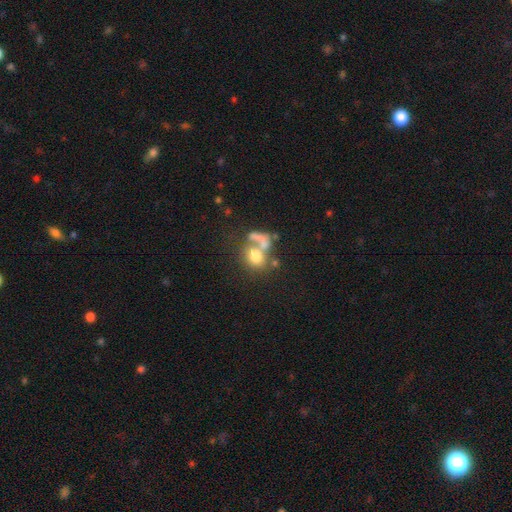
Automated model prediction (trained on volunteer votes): smooth-or-featured: smooth: 63% | featured or disk: 25% | star or artifact: 11%
  how-rounded: round: 57% | in between: 41% | cigar-shaped: 2%
  merging: merger: 45% | none: 25% | major disturbance: 20% | minor disturbance: 9%